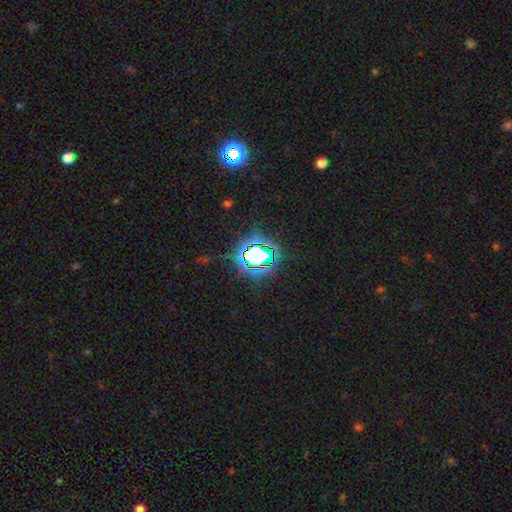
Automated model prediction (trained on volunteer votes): star or artifact 76%, smooth 14%, featured or disk 10%.